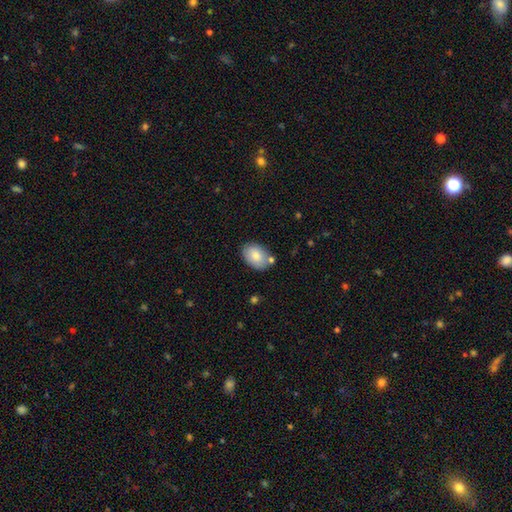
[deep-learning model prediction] The model was most divided on "merging": none: 75%, minor disturbance: 15%, merger: 7%, major disturbance: 3%. More confident: how rounded — in between (83%); smooth or featured — smooth (81%).